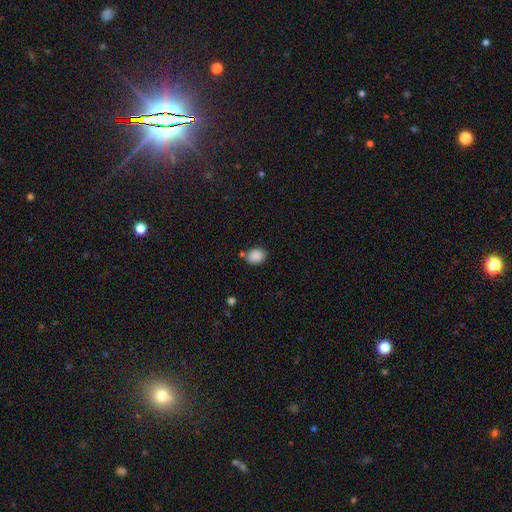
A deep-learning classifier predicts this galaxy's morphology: A smooth galaxy with no disk features (88%) that is in between round and cigar-shaped (50%).

Vote fractions:
- Smooth or featured? smooth: 88% / star or artifact: 9% / featured or disk: 3%
- How rounded? in between: 50% / round: 49% / cigar-shaped: 1%
- Merging? none: 73% / minor disturbance: 14% / merger: 9% / major disturbance: 4%